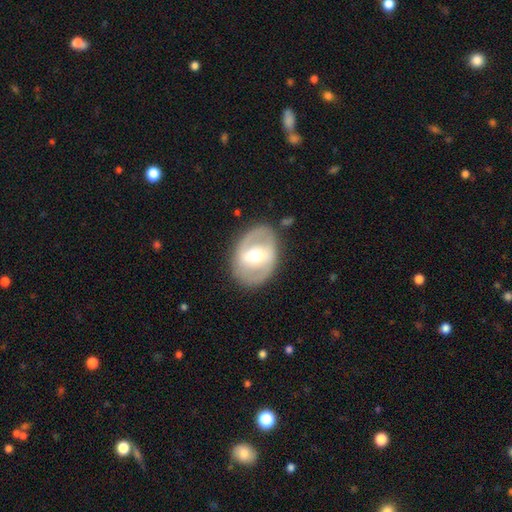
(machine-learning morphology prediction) This is likely a featured or disk galaxy (69%). It is clearly not viewed edge-on (94%). Bar: marginally strong (44%). Spiral arm pattern: possibly yes (54%). Central bulge: likely moderate (65%). Merging: clearly none (81%).